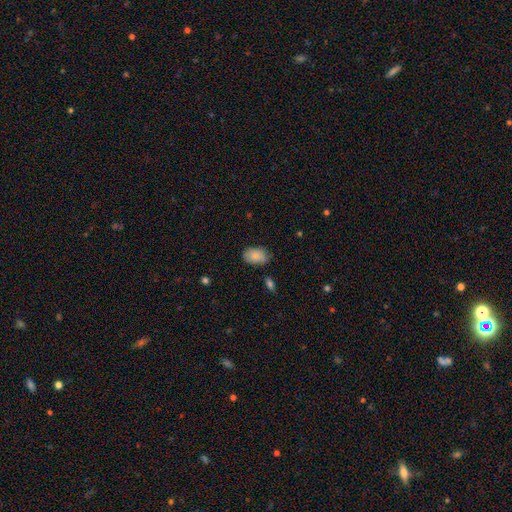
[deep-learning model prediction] Smooth or featured? smooth (83%)
How rounded? in between (88%)
Merging? none (76%)